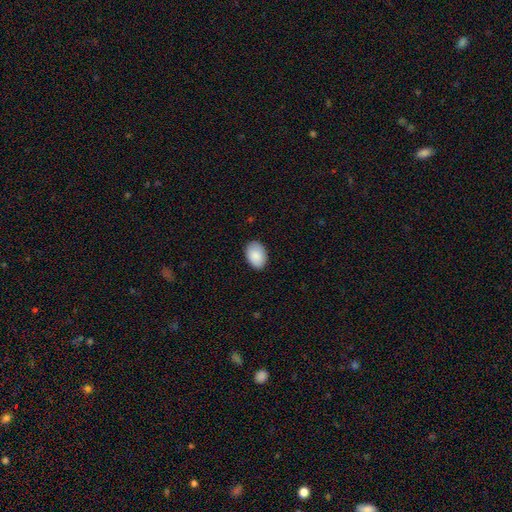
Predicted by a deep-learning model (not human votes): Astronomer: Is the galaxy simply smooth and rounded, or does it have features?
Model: smooth — 89%.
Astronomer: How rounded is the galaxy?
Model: in between — 87%.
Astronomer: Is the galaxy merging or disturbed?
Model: none — 86%.